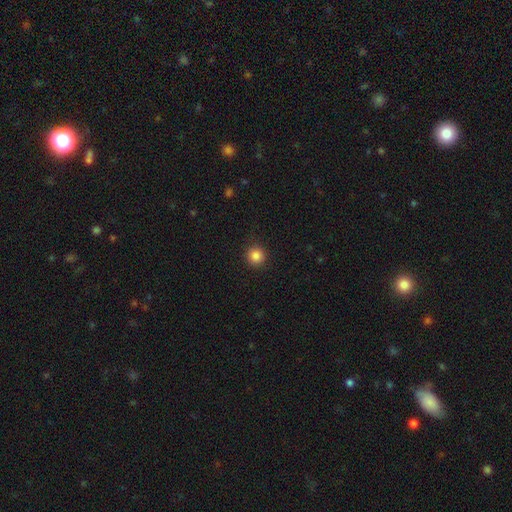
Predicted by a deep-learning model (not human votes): Overall: smooth (86%). How rounded: round (94%). Merging: none (91%).